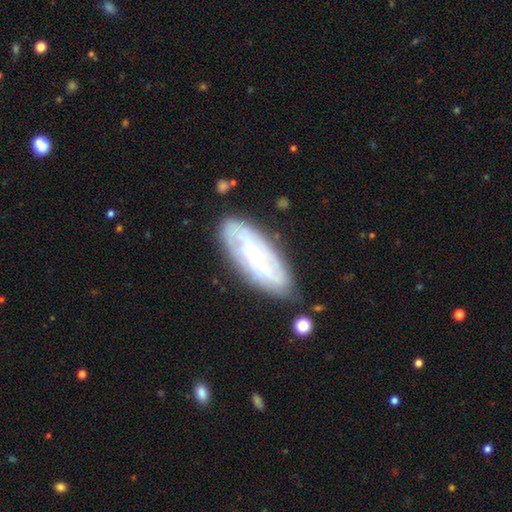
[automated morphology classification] Smooth or featured? featured or disk (71%)
Edge-on disk? no (87%)
Bar? no (48%)
Spiral arms? yes (81%)
Spiral winding? tight (60%)
Spiral arm count? can't tell (50%)
Bulge size? small (73%)
Merging? none (77%)